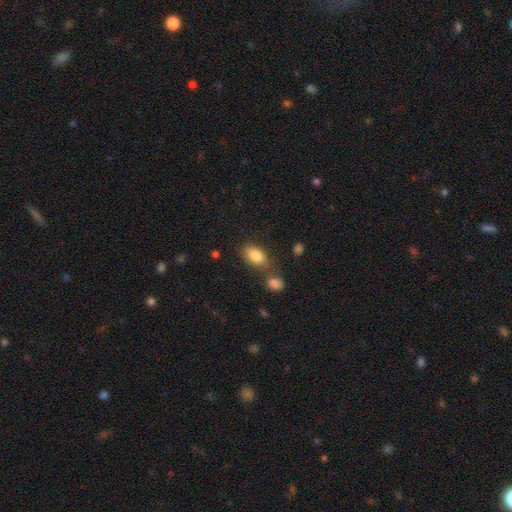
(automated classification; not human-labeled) Smooth or featured? Predicted: smooth (p=0.86). How rounded? Predicted: in between (p=0.88). Merging? Predicted: none (p=0.63).